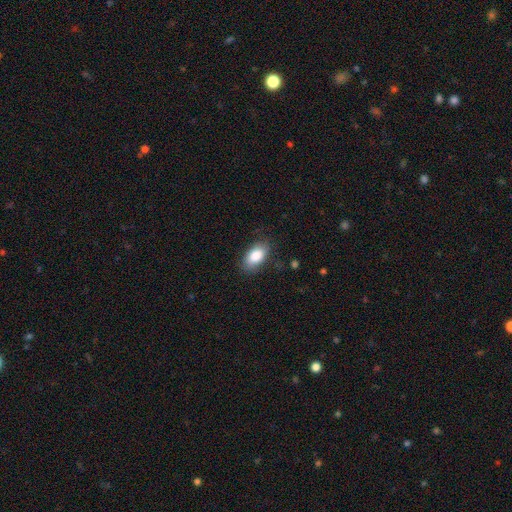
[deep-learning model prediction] Smooth or featured?
  - smooth: 85% *
  - featured or disk: 8%
  - star or artifact: 7%
How rounded?
  - in between: 92% *
  - round: 5%
  - cigar-shaped: 3%
Merging?
  - none: 80% *
  - minor disturbance: 15%
  - major disturbance: 4%
  - merger: 1%